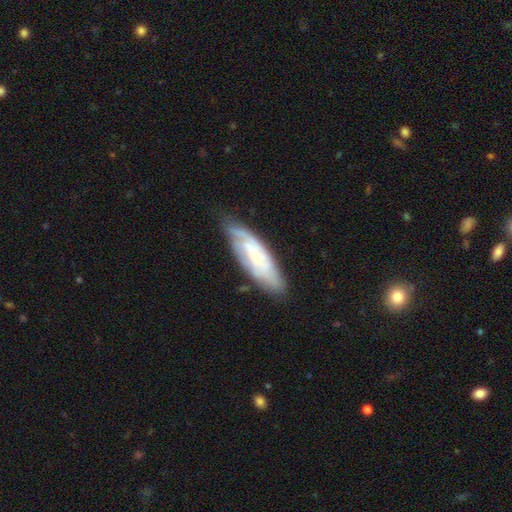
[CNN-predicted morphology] A featured or disk galaxy (61%). Merging: none (67%).